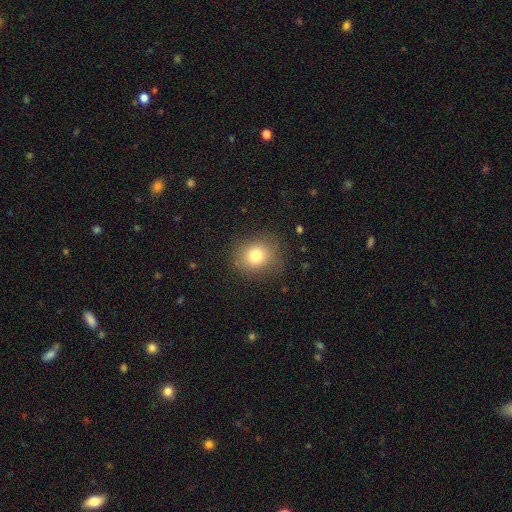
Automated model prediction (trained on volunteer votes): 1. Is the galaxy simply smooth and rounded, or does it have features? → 77% smooth, 12% star or artifact, 11% featured or disk.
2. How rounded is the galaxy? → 79% round, 20% in between, 1% cigar-shaped.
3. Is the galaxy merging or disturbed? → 81% none, 13% minor disturbance, 5% major disturbance, 1% merger.